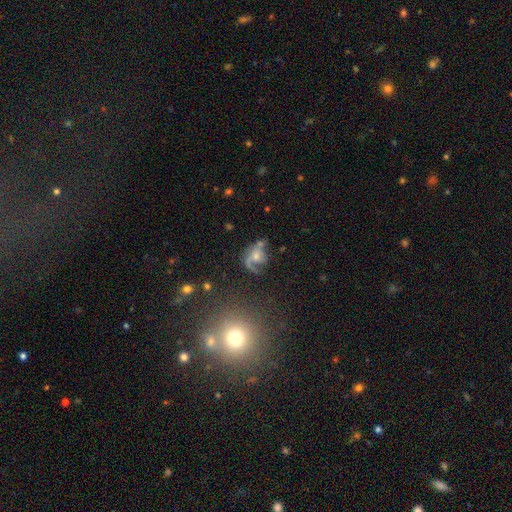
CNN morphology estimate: smooth_or_featured: featured or disk (p=0.55) [alt: smooth p=0.30]
disk_edge_on: no (p=0.96) [alt: yes p=0.04]
bar: no (p=0.71) [alt: weak p=0.24]
has_spiral_arms: yes (p=0.73) [alt: no p=0.27]
bulge_size: moderate (p=0.45) [alt: small p=0.34]
merging: none (p=0.38) [alt: major disturbance p=0.30]